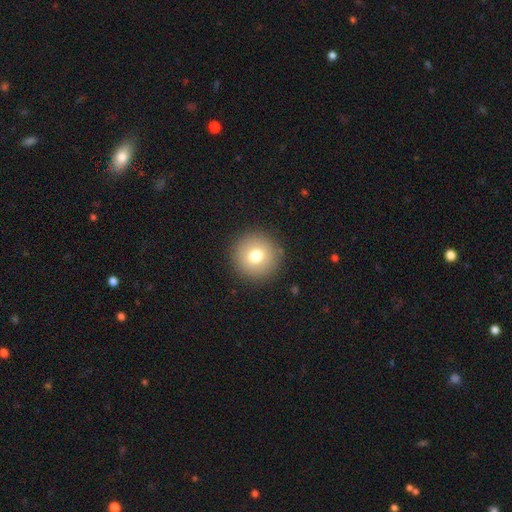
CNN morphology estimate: smooth_or_featured: smooth (p=0.76) [alt: featured or disk p=0.13]
how_rounded: round (p=0.96) [alt: in between p=0.03]
merging: none (p=0.91) [alt: minor disturbance p=0.05]